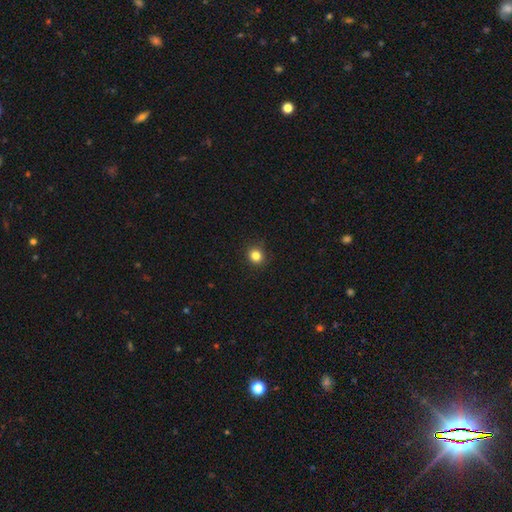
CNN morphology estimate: type=smooth (83%); roundness=round (88%); merging=none (91%).